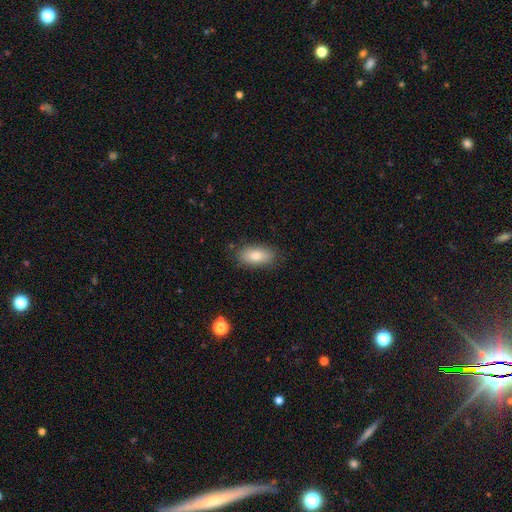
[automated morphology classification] Overall: smooth (80%). How rounded: in between (88%). Merging: none (84%).